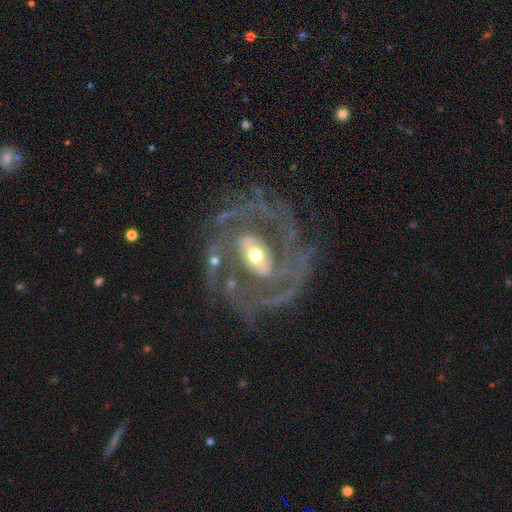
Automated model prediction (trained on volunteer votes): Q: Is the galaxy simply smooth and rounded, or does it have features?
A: featured or disk — 88%.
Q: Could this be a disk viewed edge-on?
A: no — 95%.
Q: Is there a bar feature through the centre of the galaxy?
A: weak — 35%.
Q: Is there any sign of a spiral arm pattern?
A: yes — 91%.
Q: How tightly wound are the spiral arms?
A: medium — 41%.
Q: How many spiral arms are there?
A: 2 — 39%.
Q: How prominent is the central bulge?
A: moderate — 59%.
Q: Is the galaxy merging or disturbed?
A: none — 62%.